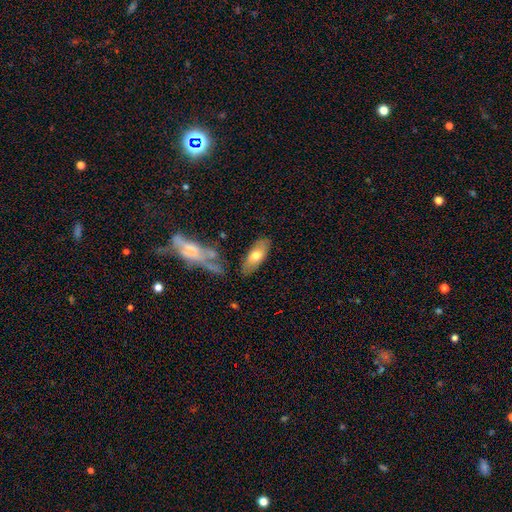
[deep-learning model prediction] smooth-or-featured: smooth: 64% | featured or disk: 30% | star or artifact: 6%
  how-rounded: in between: 72% | cigar-shaped: 25% | round: 2%
  merging: none: 75% | minor disturbance: 14% | merger: 7% | major disturbance: 4%